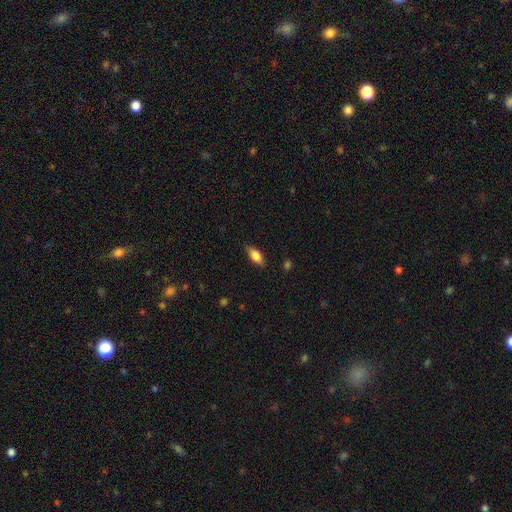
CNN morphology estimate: type=smooth (76%); roundness=in between (83%); merging=none (80%).